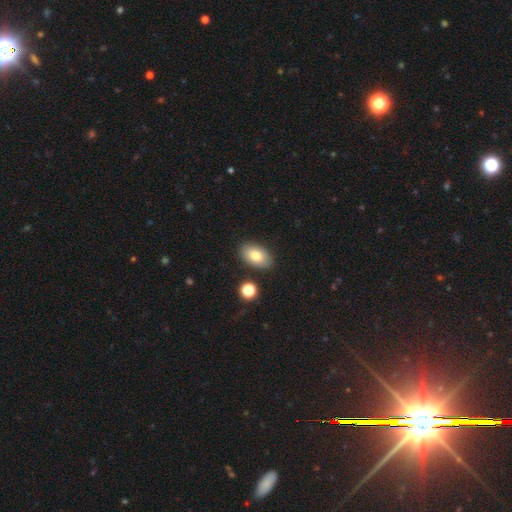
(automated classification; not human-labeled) This appears to be a smooth galaxy with no disk features (78%) that is in between round and cigar-shaped (91%). Merging: none (84%).